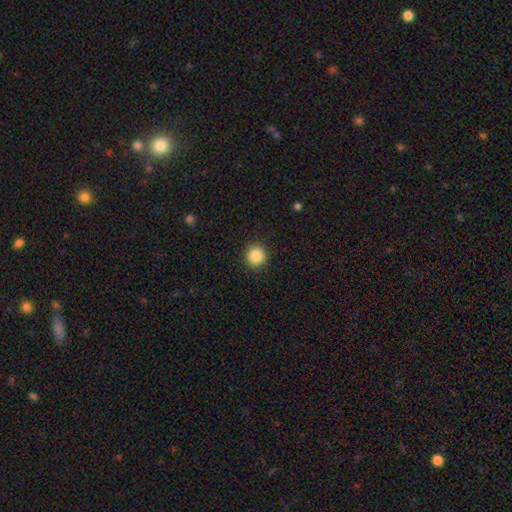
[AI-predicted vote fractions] smooth-or-featured: smooth: 87% | star or artifact: 10% | featured or disk: 4%
  how-rounded: round: 94% | in between: 5% | cigar-shaped: 1%
  merging: none: 91% | minor disturbance: 6% | major disturbance: 2% | merger: 1%